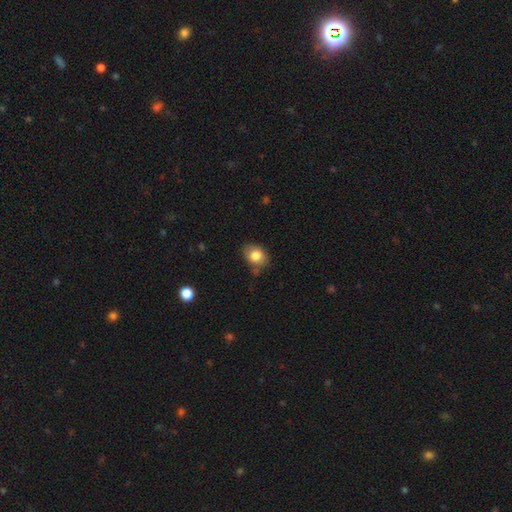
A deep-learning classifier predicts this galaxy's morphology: smooth_or_featured: smooth (p=0.81) [alt: featured or disk p=0.10]
how_rounded: in between (p=0.57) [alt: round p=0.42]
merging: none (p=0.72) [alt: minor disturbance p=0.20]